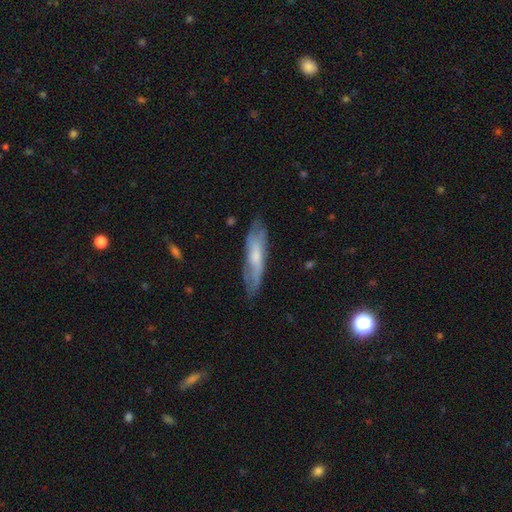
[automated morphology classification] Overall: smooth (48%; featured or disk 46%). Merging: none (71%).